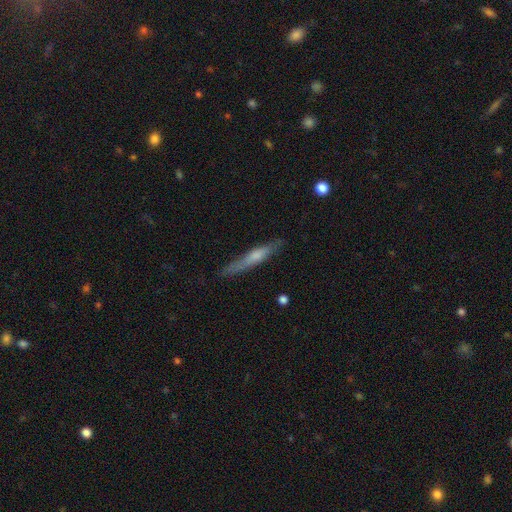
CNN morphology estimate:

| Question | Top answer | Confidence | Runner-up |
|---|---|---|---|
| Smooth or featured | featured or disk | 49% | smooth (45%) |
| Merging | none | 80% | minor disturbance (15%) |